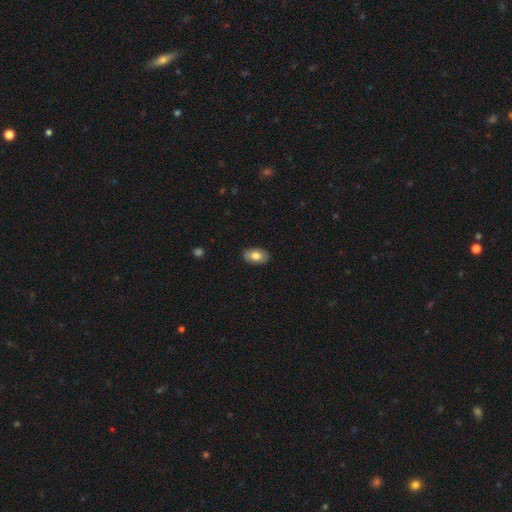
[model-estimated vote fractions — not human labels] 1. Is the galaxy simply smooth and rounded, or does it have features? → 79% smooth, 15% featured or disk, 7% star or artifact.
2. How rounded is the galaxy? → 92% in between, 7% round, 1% cigar-shaped.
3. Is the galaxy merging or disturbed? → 87% none, 10% minor disturbance, 2% major disturbance, 1% merger.